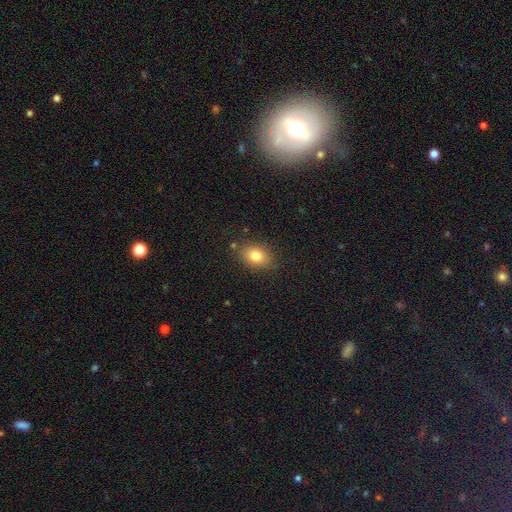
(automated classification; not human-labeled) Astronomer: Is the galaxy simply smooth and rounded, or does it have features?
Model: smooth — 80%.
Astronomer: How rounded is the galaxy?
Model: in between — 65%.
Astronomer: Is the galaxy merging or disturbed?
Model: none — 84%.